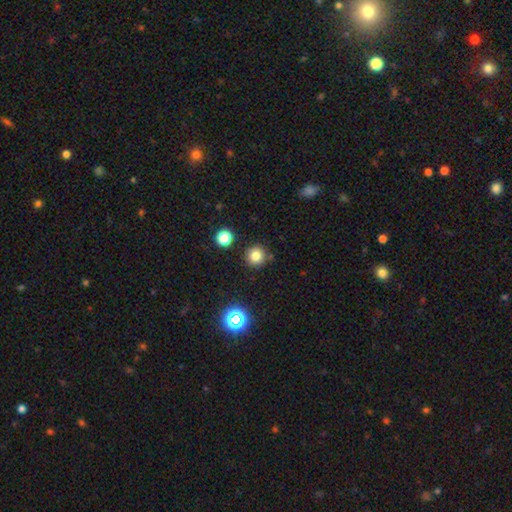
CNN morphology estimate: Overall: smooth (78%). How rounded: round (94%). Merging: none (85%).